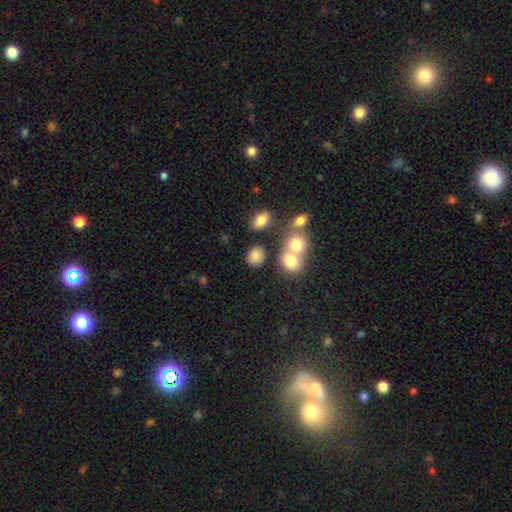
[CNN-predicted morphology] smooth-or-featured: smooth: 80% | star or artifact: 12% | featured or disk: 8%
  how-rounded: round: 65% | in between: 33% | cigar-shaped: 1%
  merging: none: 65% | merger: 19% | minor disturbance: 11% | major disturbance: 5%